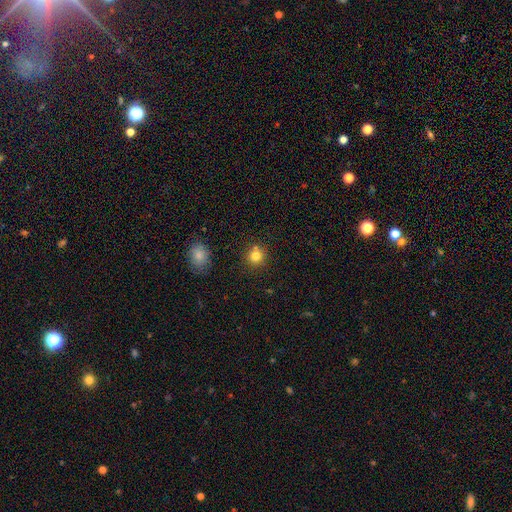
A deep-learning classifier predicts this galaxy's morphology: Overall: smooth (80%). How rounded: round (90%). Merging: none (78%).